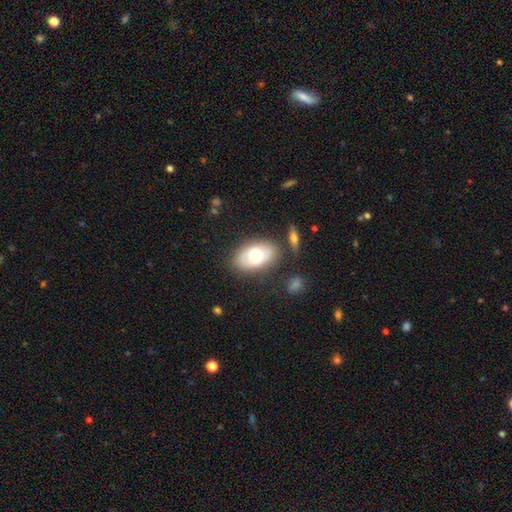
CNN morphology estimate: smooth 56%, featured or disk 38%, star or artifact 7%. Down the decision tree: how rounded — in between (90%); merging — none (73%).